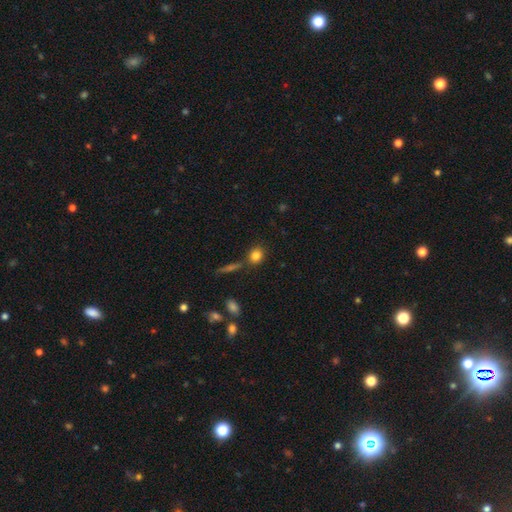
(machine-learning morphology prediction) Smooth or featured: smooth — 83% (star or artifact — 10%)
How rounded: round — 72% (in between — 26%)
Merging: none — 77% (minor disturbance — 11%)